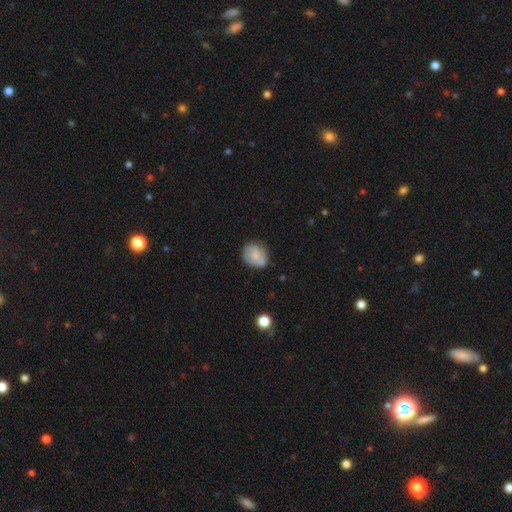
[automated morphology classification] Smooth or featured: smooth — 61% (featured or disk — 31%)
How rounded: round — 63% (in between — 36%)
Merging: none — 69% (minor disturbance — 23%)